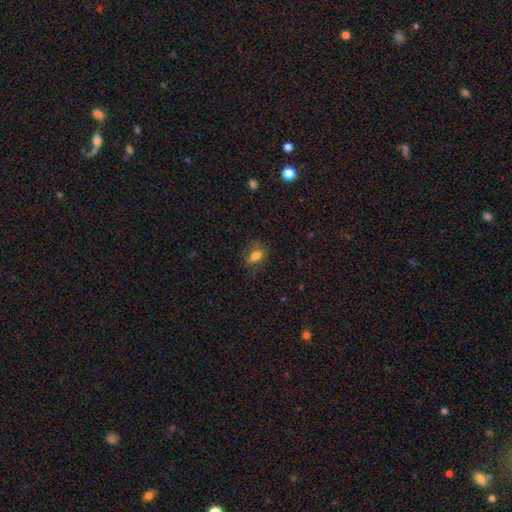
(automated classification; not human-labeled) Overall: smooth (74%). How rounded: in between (75%). Merging: none (67%).